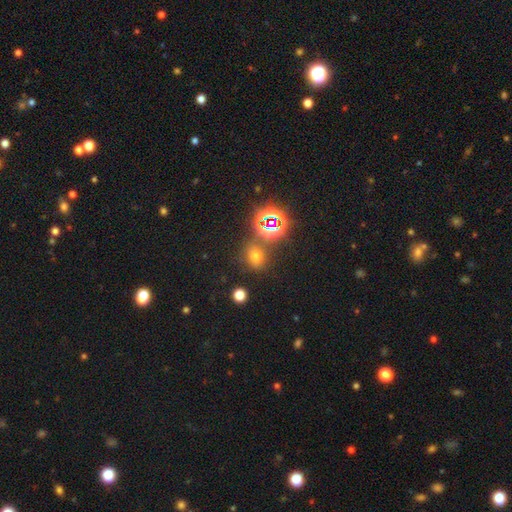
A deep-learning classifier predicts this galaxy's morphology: Overall: smooth (57%; star or artifact 35%). How rounded: round (55%; in between 44%). Merging: none (76%).